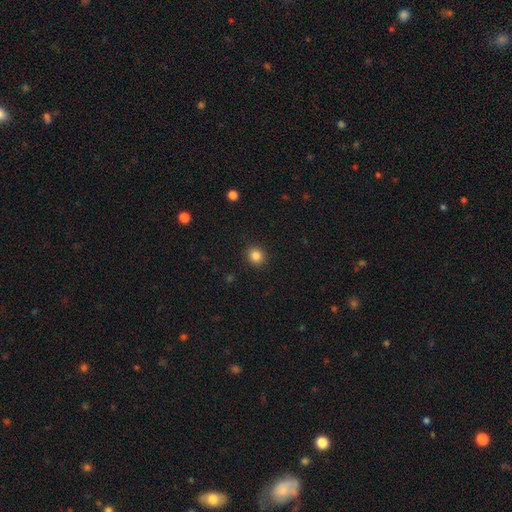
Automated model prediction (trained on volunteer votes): smooth_or_featured: smooth (p=0.85) [alt: star or artifact p=0.11]
how_rounded: round (p=0.82) [alt: in between p=0.17]
merging: none (p=0.91) [alt: minor disturbance p=0.06]